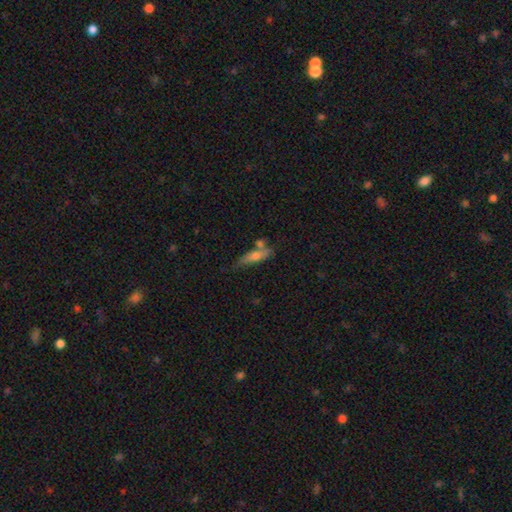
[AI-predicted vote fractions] A smooth galaxy with no disk features (61%) that is cigar-shaped (63%). Merging: none (51%).